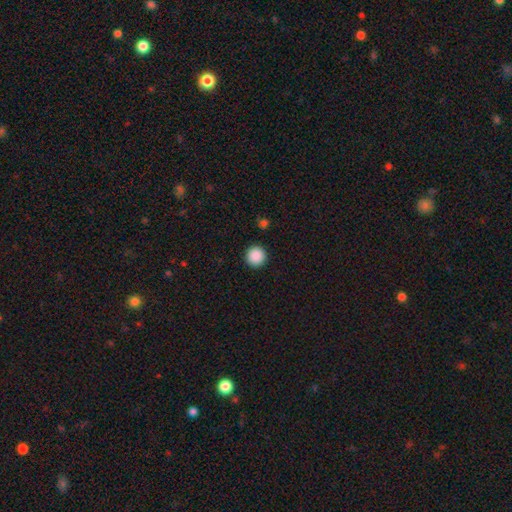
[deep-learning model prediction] A smooth galaxy with no disk features (89%) that is round (96%).

Vote fractions:
- Smooth or featured? smooth: 89% / star or artifact: 9% / featured or disk: 2%
- How rounded? round: 96% / in between: 3% / cigar-shaped: 1%
- Merging? none: 93% / minor disturbance: 4% / major disturbance: 2% / merger: 1%